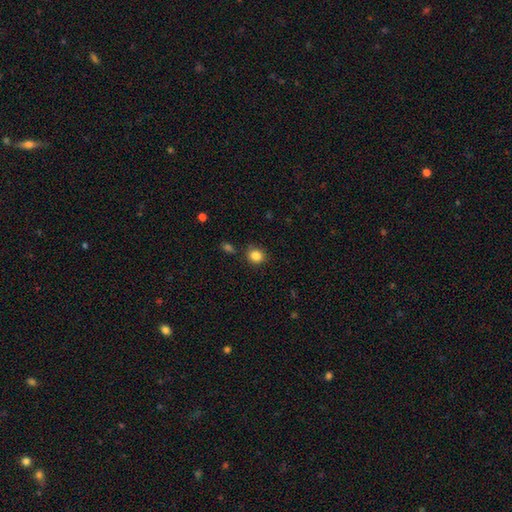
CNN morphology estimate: This is clearly a smooth galaxy (85%). How rounded: likely round (80%). Merging: clearly none (84%).